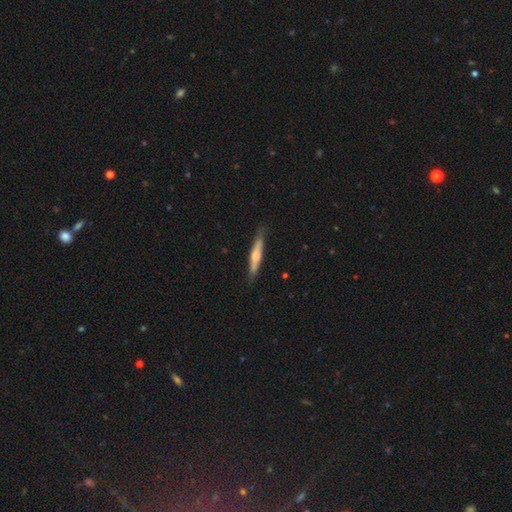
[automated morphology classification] Q: Smooth or featured?
A: smooth (62%); runner-up: featured or disk (33%)
Q: How rounded?
A: cigar-shaped (91%); runner-up: in between (8%)
Q: Merging?
A: none (82%); runner-up: minor disturbance (14%)